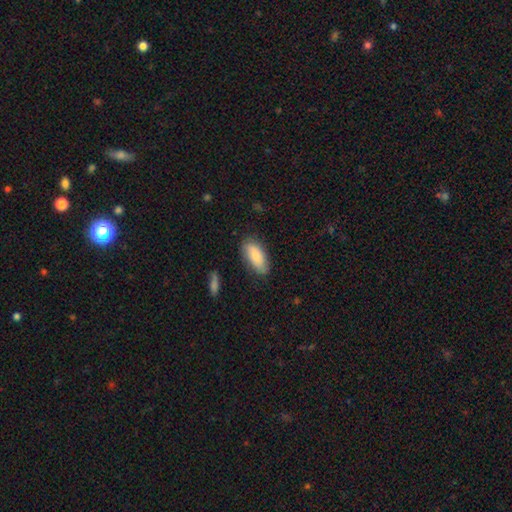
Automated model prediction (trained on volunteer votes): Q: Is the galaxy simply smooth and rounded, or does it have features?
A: smooth — 80%.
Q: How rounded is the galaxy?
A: in between — 86%.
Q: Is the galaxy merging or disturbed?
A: none — 79%.